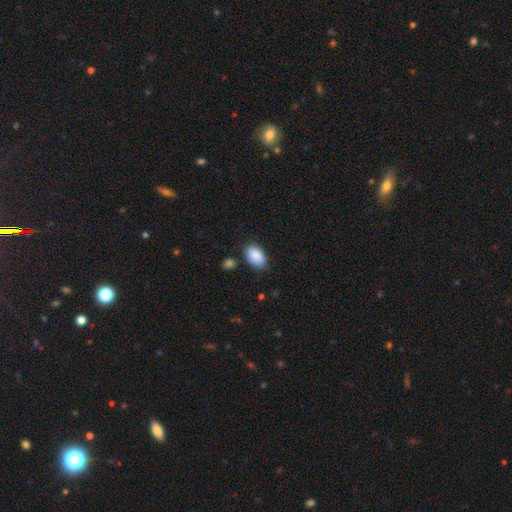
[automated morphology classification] Smooth or featured? smooth (89%)
How rounded? in between (91%)
Merging? none (78%)